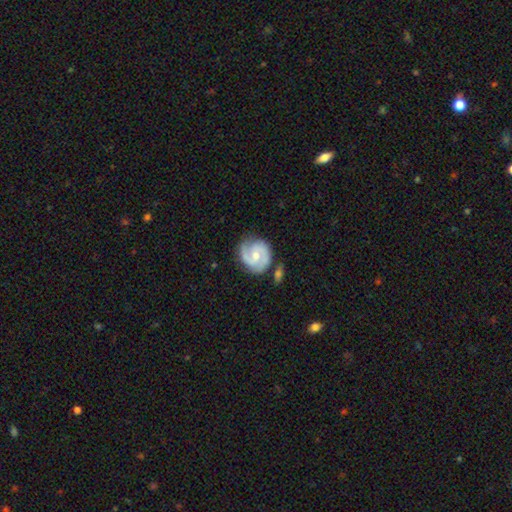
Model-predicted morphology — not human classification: Overall: featured or disk (82%). Edge-on disk: no (98%). Bar: no (49%; weak 43%). Spiral arms: yes (96%). Spiral arm count: 2 (80%). Spiral winding: medium (46%; tight 41%). Bulge size: moderate (56%; small 40%). Merging: none (70%).